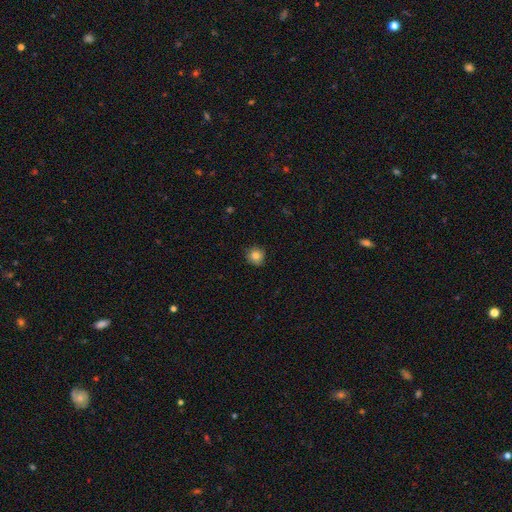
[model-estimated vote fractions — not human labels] Q: Smooth or featured?
A: smooth (83%); runner-up: star or artifact (11%)
Q: How rounded?
A: round (92%); runner-up: in between (7%)
Q: Merging?
A: none (86%); runner-up: minor disturbance (11%)